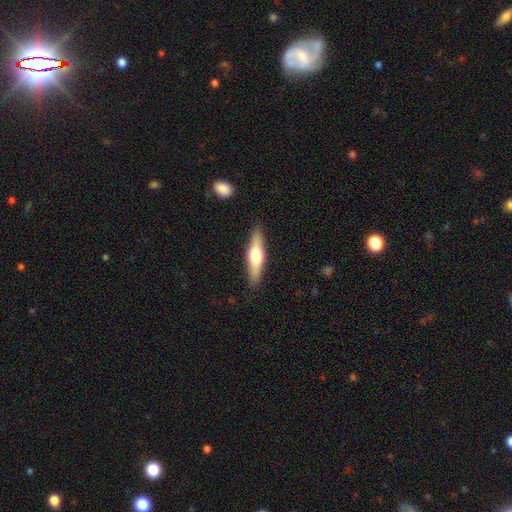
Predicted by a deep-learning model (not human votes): Smooth or featured? featured or disk (49%)
Merging? none (88%)